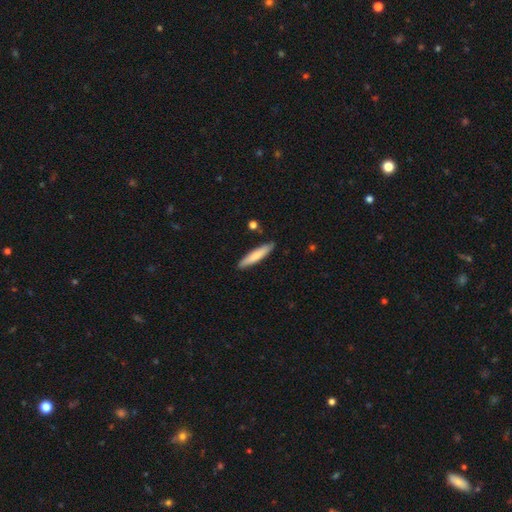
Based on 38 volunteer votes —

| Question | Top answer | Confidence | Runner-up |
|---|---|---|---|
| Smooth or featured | smooth | 79% | featured or disk (21%) |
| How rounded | cigar-shaped | 87% | in between (13%) |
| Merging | none | 87% | minor disturbance (13%) |